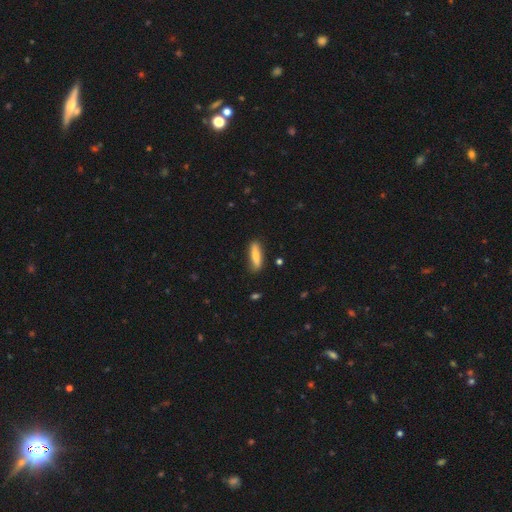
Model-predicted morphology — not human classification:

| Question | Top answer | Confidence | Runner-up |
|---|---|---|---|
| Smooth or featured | smooth | 70% | featured or disk (24%) |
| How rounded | cigar-shaped | 69% | in between (29%) |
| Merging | none | 86% | minor disturbance (11%) |